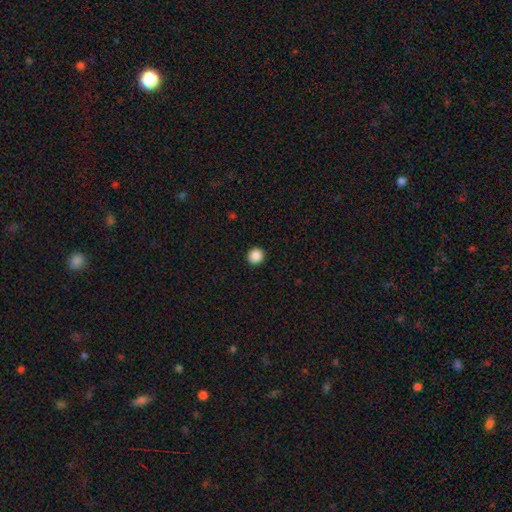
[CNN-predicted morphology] Overall: smooth (88%). How rounded: round (91%). Merging: none (93%).